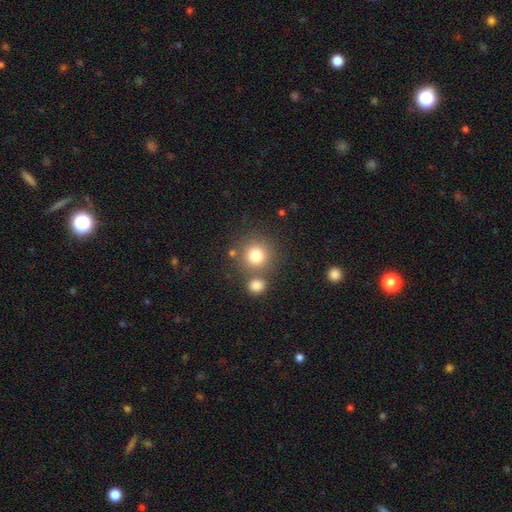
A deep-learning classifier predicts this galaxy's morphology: smooth 79%, star or artifact 12%, featured or disk 10%. Down the decision tree: how rounded — round (92%); merging — none (70%).